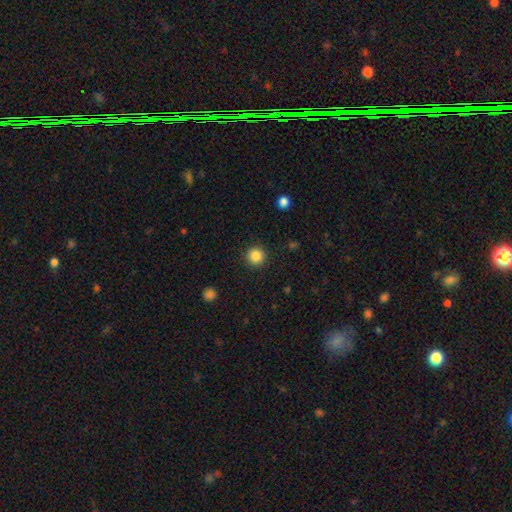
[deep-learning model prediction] Overall: smooth (86%). How rounded: round (95%). Merging: none (92%).